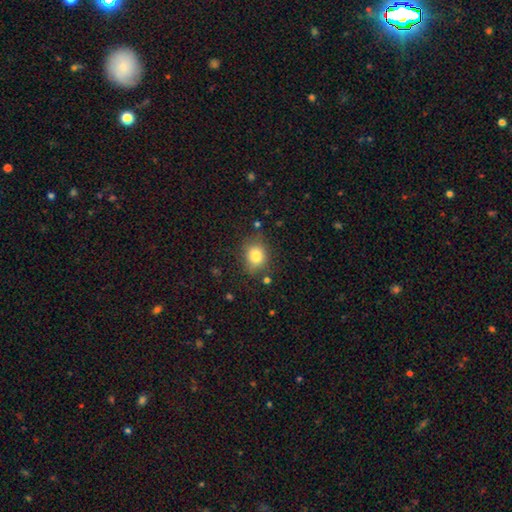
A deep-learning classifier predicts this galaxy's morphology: Smooth or featured? smooth (82%)
How rounded? round (57%)
Merging? none (78%)